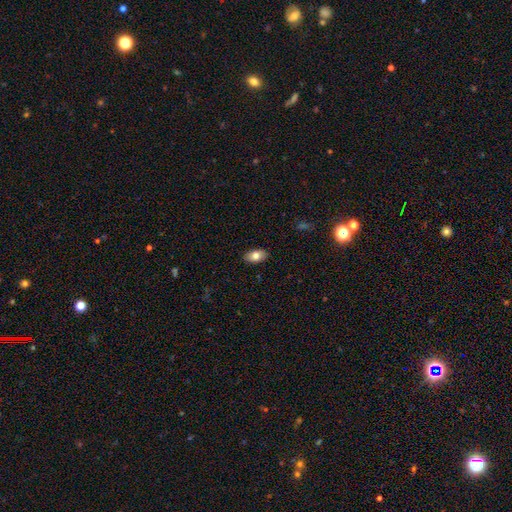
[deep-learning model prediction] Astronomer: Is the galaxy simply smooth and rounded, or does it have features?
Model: smooth — 78%.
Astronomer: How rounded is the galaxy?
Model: in between — 93%.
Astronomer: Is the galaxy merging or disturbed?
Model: none — 88%.